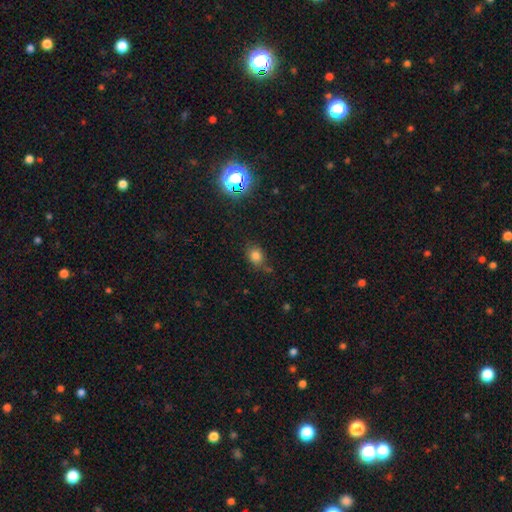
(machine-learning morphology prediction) This appears to be a smooth galaxy with no disk features (77%) that is round (55%). Merging: none (68%).